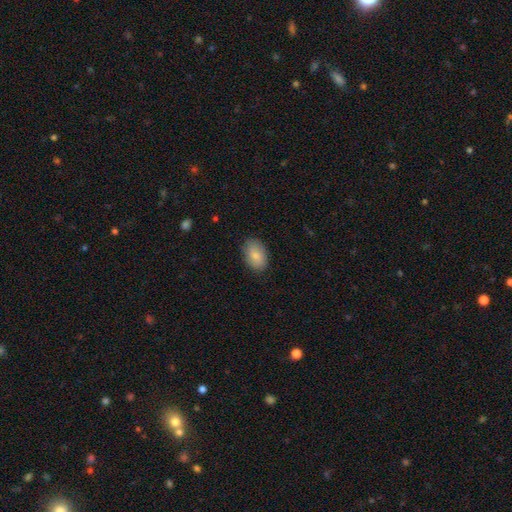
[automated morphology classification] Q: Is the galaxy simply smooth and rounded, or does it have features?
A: smooth — 82%.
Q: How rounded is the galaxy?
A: in between — 88%.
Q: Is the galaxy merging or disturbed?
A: none — 83%.